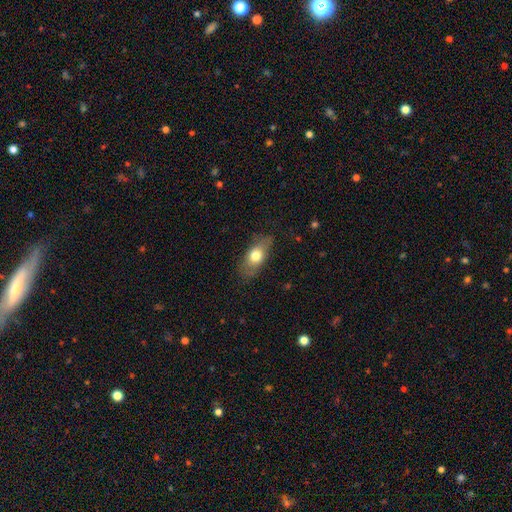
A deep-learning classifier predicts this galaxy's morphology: smooth 70%, featured or disk 22%, star or artifact 7%. Down the decision tree: how rounded — in between (81%); merging — none (75%).